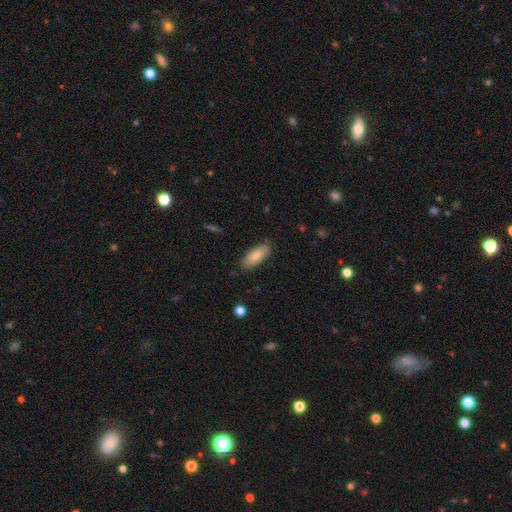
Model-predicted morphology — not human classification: Smooth or featured? smooth (83%)
How rounded? in between (73%)
Merging? none (86%)